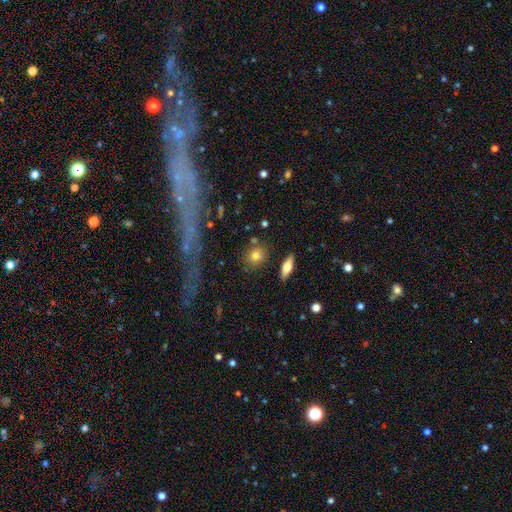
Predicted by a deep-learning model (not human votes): Overall: smooth (77%). How rounded: round (65%; in between 31%). Merging: none (79%).